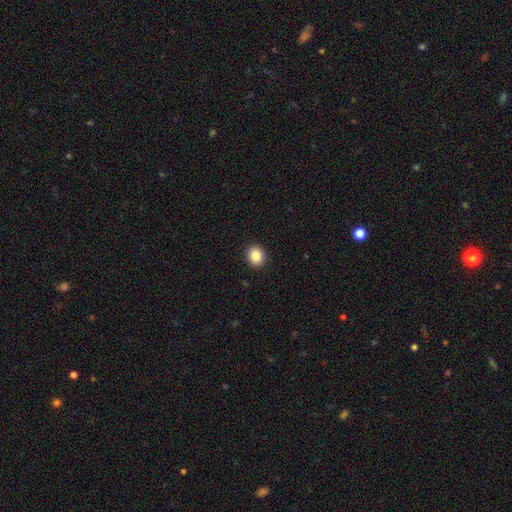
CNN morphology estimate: smooth-or-featured: smooth: 85% | star or artifact: 10% | featured or disk: 5%
  how-rounded: round: 83% | in between: 16% | cigar-shaped: 1%
  merging: none: 93% | minor disturbance: 5% | major disturbance: 2% | merger: 1%